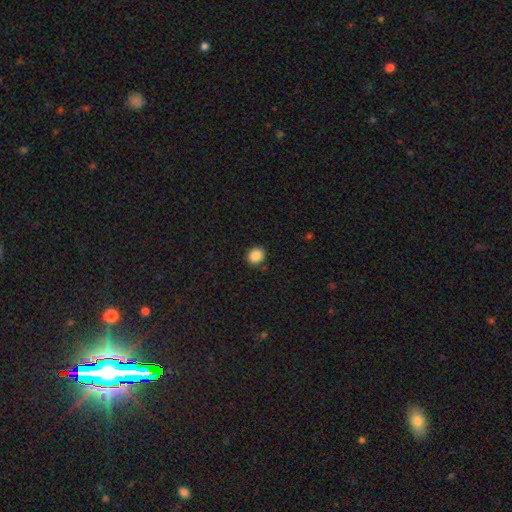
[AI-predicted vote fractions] Morphology: type=smooth (88%); roundness=round (81%); merging=none (90%).